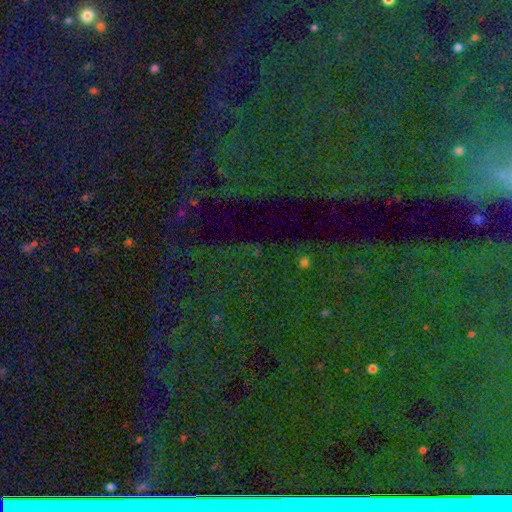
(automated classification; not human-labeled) Smooth or featured: star or artifact — 81% (smooth — 11%)